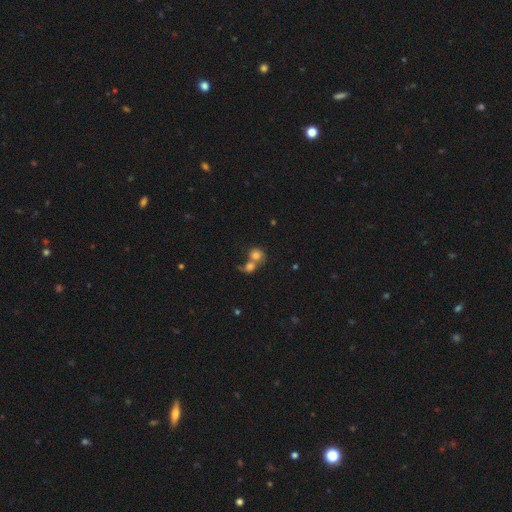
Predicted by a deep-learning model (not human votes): Smooth or featured?
  - smooth: 77% *
  - featured or disk: 13%
  - star or artifact: 10%
How rounded?
  - round: 72% *
  - in between: 26%
  - cigar-shaped: 1%
Merging?
  - merger: 63% *
  - none: 26%
  - minor disturbance: 7%
  - major disturbance: 5%